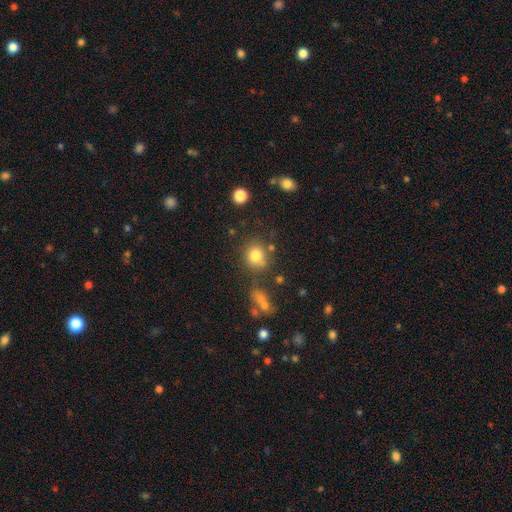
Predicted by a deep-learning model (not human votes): smooth 78%, star or artifact 13%, featured or disk 9%. Down the decision tree: how rounded — round (81%); merging — none (70%).